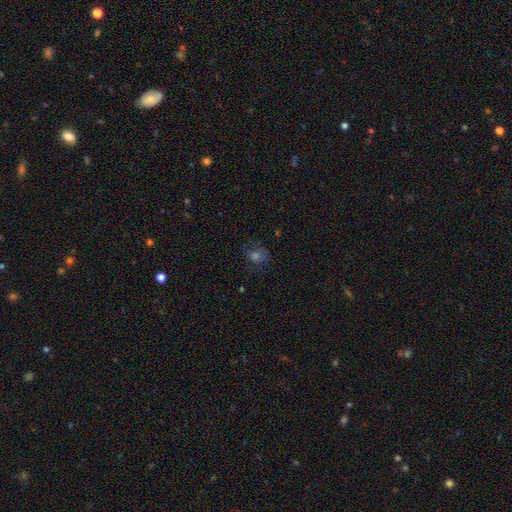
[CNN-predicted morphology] This is possibly a smooth galaxy (51%). How rounded: likely round (63%). Merging: likely none (73%).